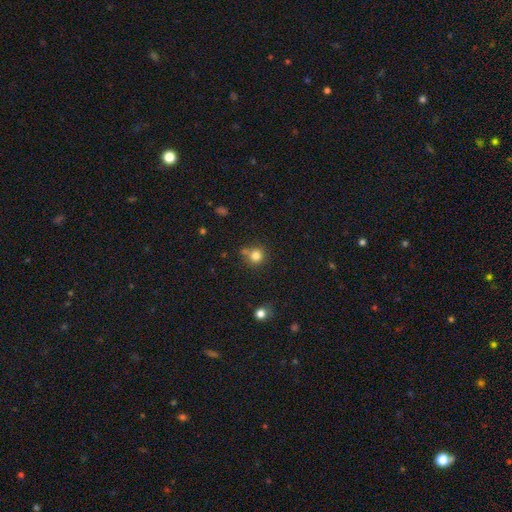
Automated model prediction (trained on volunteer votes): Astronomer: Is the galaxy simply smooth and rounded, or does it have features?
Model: smooth — 81%.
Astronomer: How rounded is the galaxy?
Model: round — 91%.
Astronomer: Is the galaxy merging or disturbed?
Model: none — 70%.